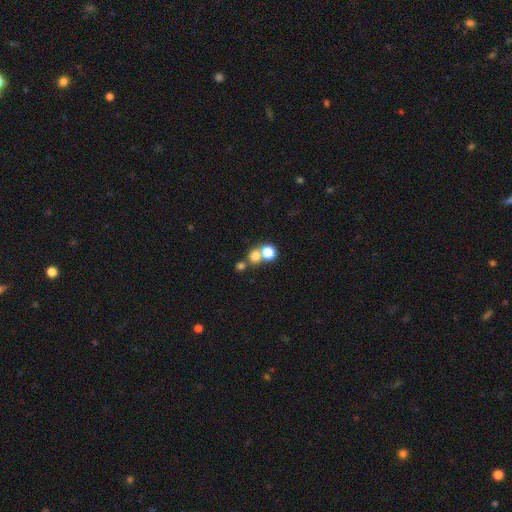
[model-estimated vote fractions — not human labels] This is likely a smooth galaxy (71%). How rounded: clearly round (82%). Merging: possibly none (50%).